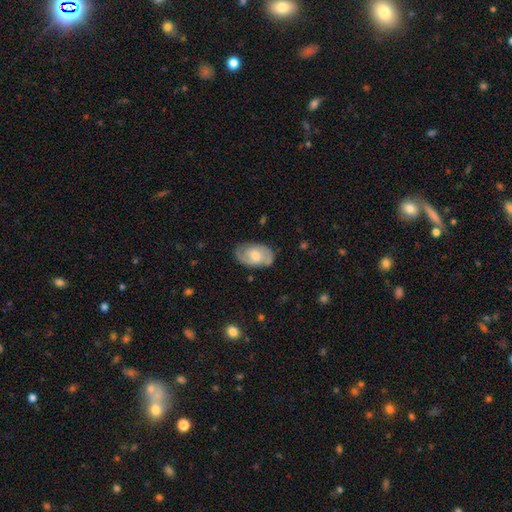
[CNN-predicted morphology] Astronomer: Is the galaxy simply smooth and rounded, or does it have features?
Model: featured or disk — 68%.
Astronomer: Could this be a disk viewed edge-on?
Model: no — 96%.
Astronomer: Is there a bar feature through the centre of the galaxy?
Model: no — 48% (runner-up: weak, 44%).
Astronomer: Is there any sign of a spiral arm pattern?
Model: yes — 88%.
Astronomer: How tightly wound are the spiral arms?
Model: medium — 47% (runner-up: tight, 36%).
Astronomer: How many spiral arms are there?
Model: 2 — 79%.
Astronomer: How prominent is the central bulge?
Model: moderate — 51% (runner-up: small, 38%).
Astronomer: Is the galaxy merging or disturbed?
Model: none — 76%.